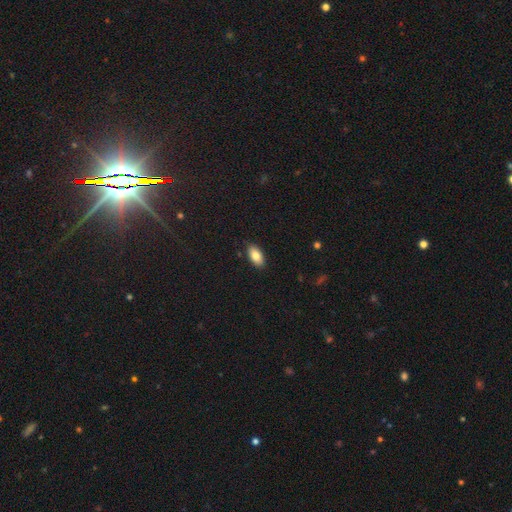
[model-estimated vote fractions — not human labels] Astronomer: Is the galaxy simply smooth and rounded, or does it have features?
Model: smooth — 82%.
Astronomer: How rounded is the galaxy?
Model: in between — 93%.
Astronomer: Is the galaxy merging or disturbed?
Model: none — 88%.